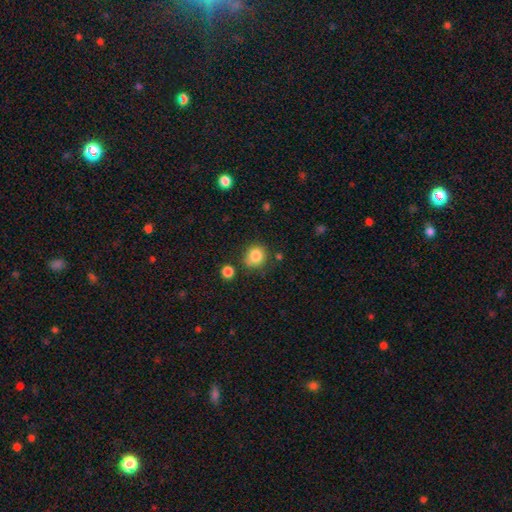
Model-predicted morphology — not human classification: type=smooth (84%); roundness=round (81%); merging=none (74%).